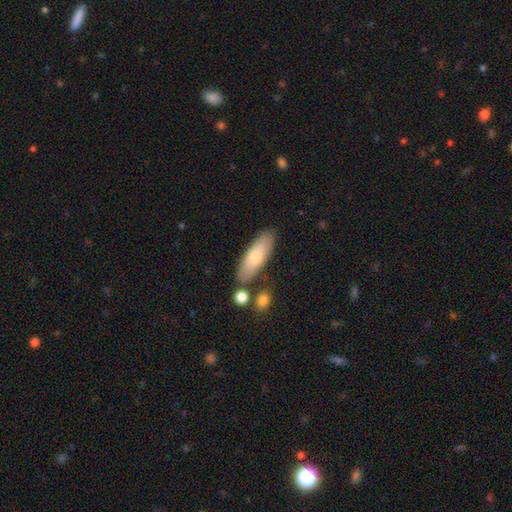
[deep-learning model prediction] Morphology: type=smooth (73%); roundness=in between (59%); merging=none (78%).